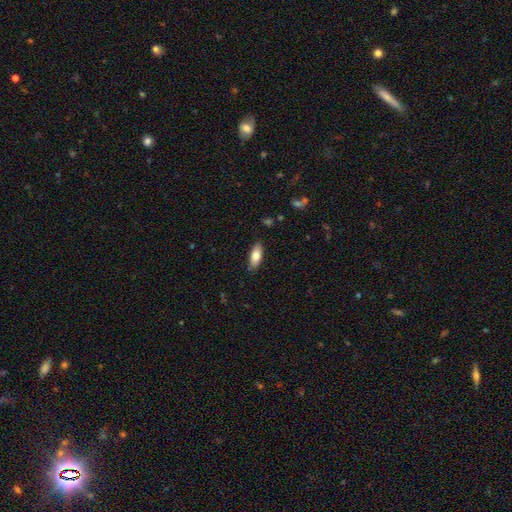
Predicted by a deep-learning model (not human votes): Q: Smooth or featured?
A: smooth (78%); runner-up: featured or disk (15%)
Q: How rounded?
A: in between (79%); runner-up: cigar-shaped (19%)
Q: Merging?
A: none (86%); runner-up: minor disturbance (11%)